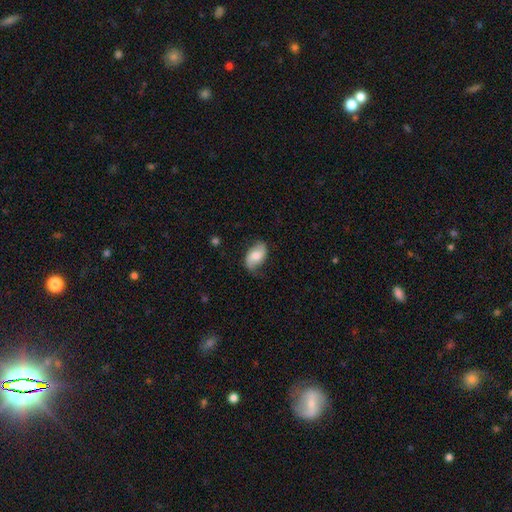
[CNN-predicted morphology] The model was most divided on "smooth or featured": smooth: 55%, featured or disk: 37%, star or artifact: 7%. More confident: how rounded — in between (91%); merging — none (70%).